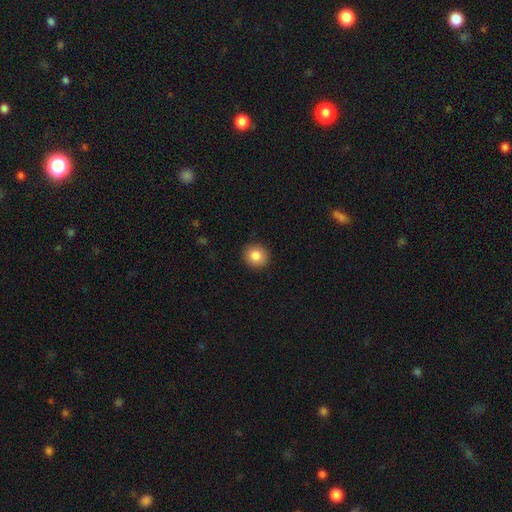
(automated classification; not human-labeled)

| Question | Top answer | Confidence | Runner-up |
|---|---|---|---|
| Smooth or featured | smooth | 85% | star or artifact (9%) |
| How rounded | round | 89% | in between (10%) |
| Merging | none | 91% | minor disturbance (6%) |